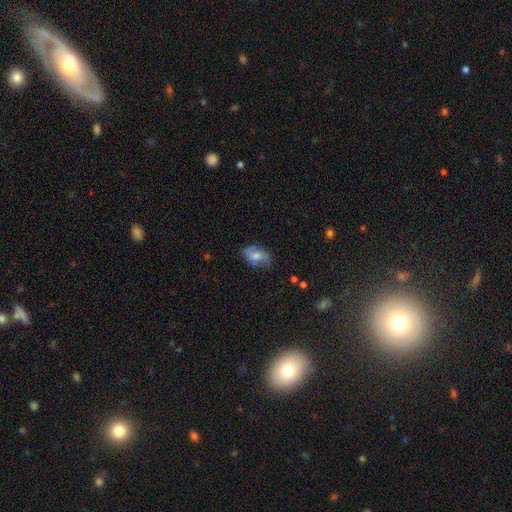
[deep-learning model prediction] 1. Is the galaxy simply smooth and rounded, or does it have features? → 58% smooth, 34% featured or disk, 8% star or artifact.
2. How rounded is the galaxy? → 86% in between, 12% round, 2% cigar-shaped.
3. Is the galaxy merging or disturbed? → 67% none, 24% minor disturbance, 7% major disturbance, 2% merger.